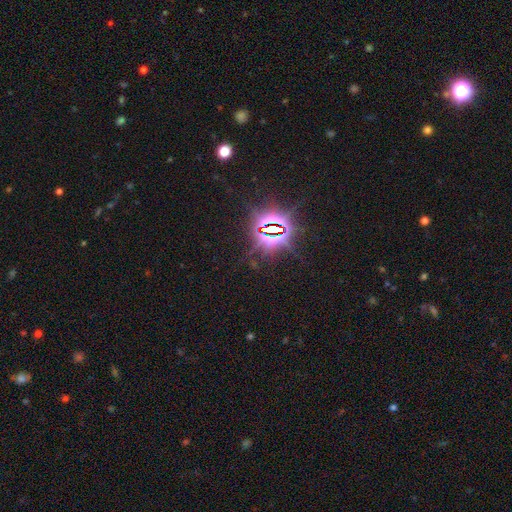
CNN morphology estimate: A star or artifact, not a galaxy (84%).